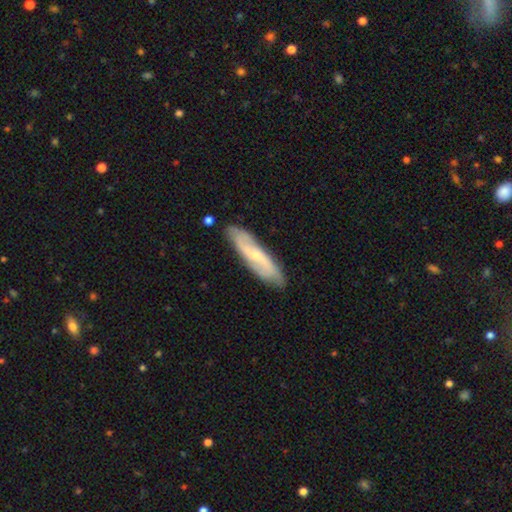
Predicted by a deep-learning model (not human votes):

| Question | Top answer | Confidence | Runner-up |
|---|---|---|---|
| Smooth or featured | featured or disk | 65% | smooth (29%) |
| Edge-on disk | no | 69% | yes (31%) |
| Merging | none | 84% | minor disturbance (12%) |